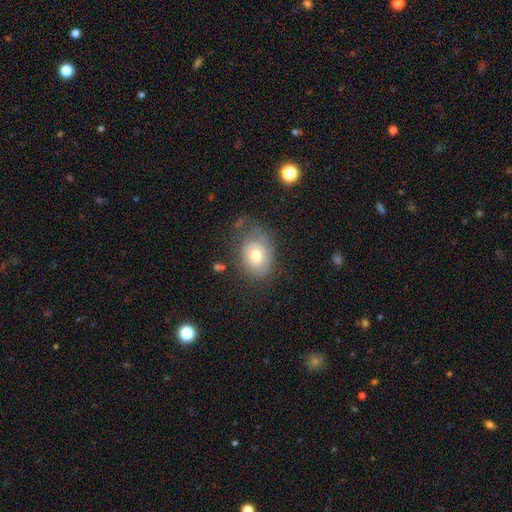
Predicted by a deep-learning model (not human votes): This is likely a smooth galaxy (66%). How rounded: likely in between (64%). Merging: possibly none (48%).